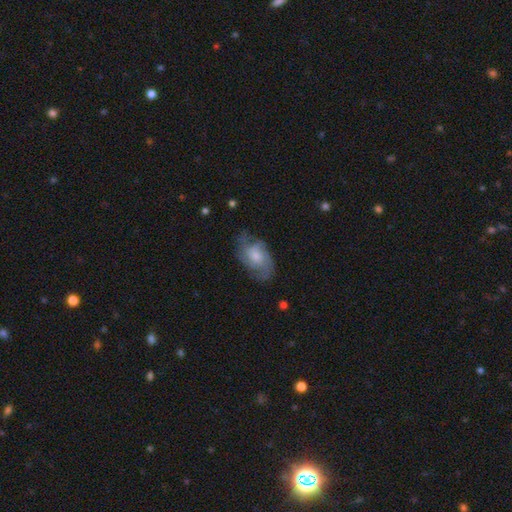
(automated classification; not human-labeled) Q: Smooth or featured?
A: featured or disk (61%); runner-up: smooth (32%)
Q: Edge-on disk?
A: no (96%); runner-up: yes (4%)
Q: Bar?
A: no (71%); runner-up: weak (26%)
Q: Spiral arms?
A: yes (85%); runner-up: no (15%)
Q: Spiral winding?
A: medium (45%); runner-up: tight (32%)
Q: Spiral arm count?
A: can't tell (33%); runner-up: 2 (31%)
Q: Bulge size?
A: moderate (46%); runner-up: small (36%)
Q: Merging?
A: none (59%); runner-up: minor disturbance (25%)